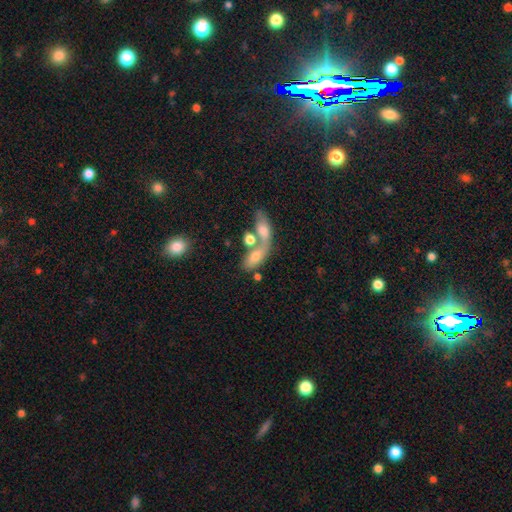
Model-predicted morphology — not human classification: This is possibly a smooth galaxy (59%). How rounded: likely in between (78%). Merging: possibly merger (59%).